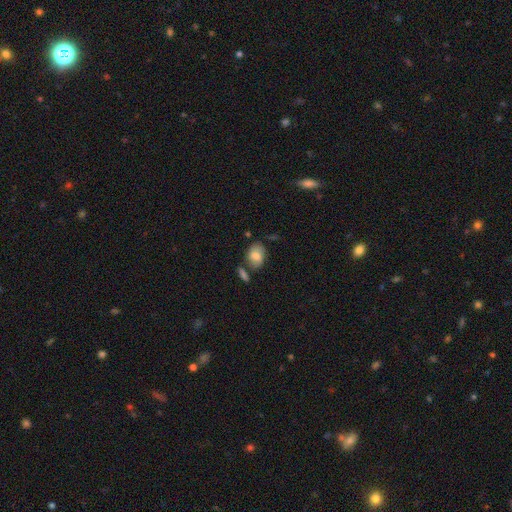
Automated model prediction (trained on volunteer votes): smooth-or-featured: smooth: 74% | featured or disk: 18% | star or artifact: 8%
  how-rounded: in between: 71% | round: 27% | cigar-shaped: 1%
  merging: none: 64% | minor disturbance: 20% | merger: 11% | major disturbance: 5%